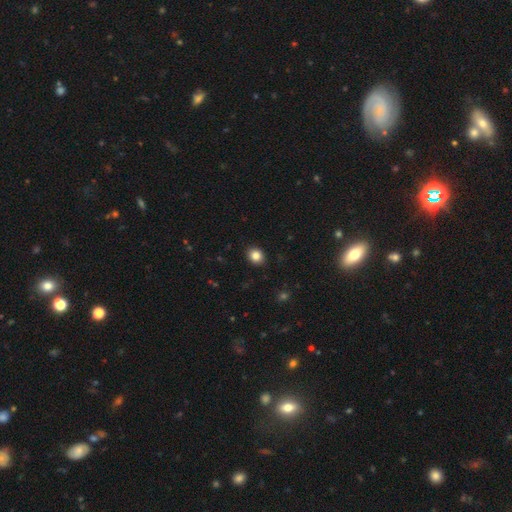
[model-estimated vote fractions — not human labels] This appears to be a smooth galaxy with no disk features (84%) that is round (62%). Merging: none (91%).